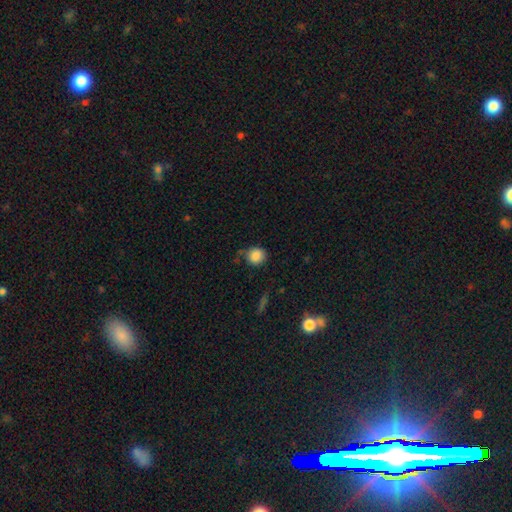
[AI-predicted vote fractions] Smooth or featured? smooth (86%)
How rounded? round (85%)
Merging? none (72%)